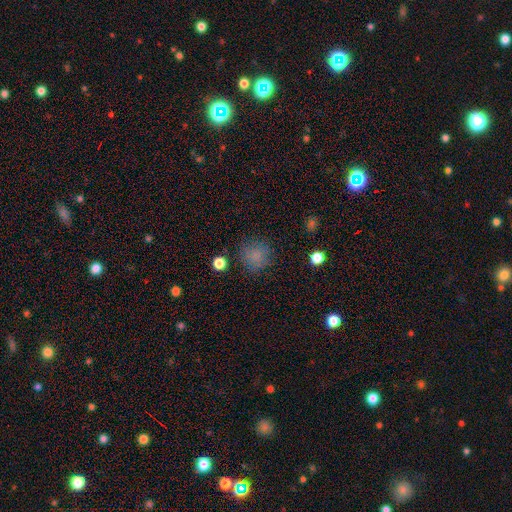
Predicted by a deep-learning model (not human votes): Smooth or featured? smooth (80%)
How rounded? round (89%)
Merging? none (82%)